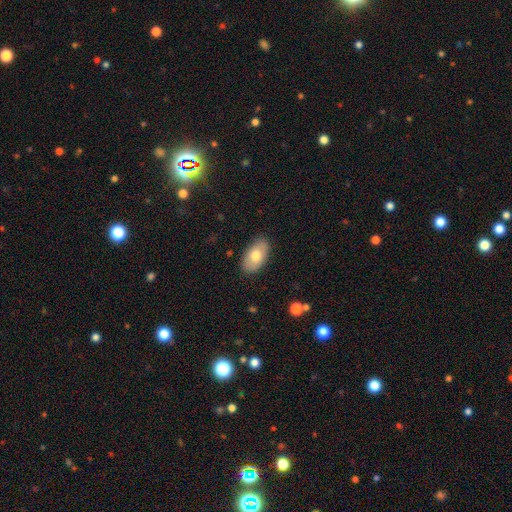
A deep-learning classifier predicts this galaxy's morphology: The model was most divided on "smooth or featured": smooth: 73%, featured or disk: 21%, star or artifact: 6%. More confident: how rounded — in between (94%); merging — none (86%).